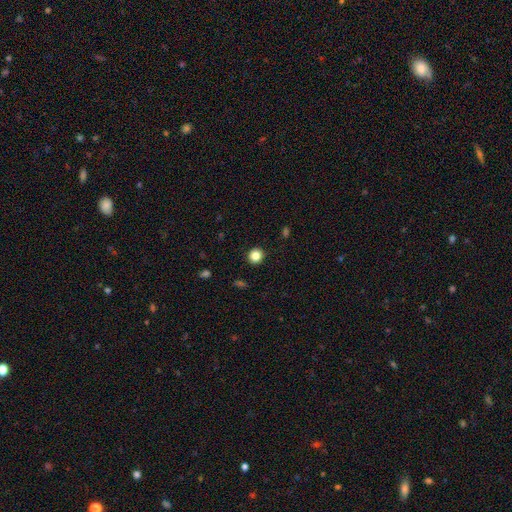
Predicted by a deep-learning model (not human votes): Smooth or featured?
  - smooth: 85% *
  - star or artifact: 11%
  - featured or disk: 5%
How rounded?
  - round: 92% *
  - in between: 7%
  - cigar-shaped: 1%
Merging?
  - none: 93% *
  - minor disturbance: 5%
  - major disturbance: 2%
  - merger: 1%